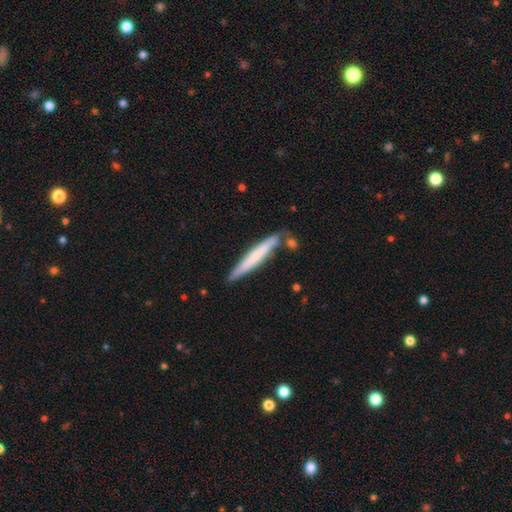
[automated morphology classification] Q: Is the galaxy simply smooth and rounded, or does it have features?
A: smooth — 60%.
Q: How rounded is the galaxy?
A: cigar-shaped — 95%.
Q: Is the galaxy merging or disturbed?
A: none — 76%.